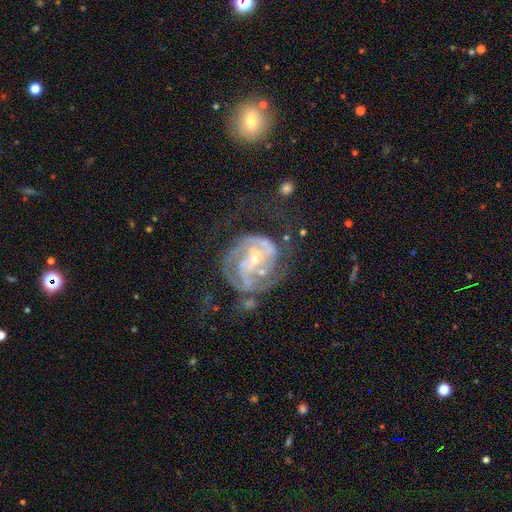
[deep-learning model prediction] Q: Smooth or featured?
A: featured or disk (85%); runner-up: smooth (8%)
Q: Edge-on disk?
A: no (98%); runner-up: yes (2%)
Q: Bar?
A: no (52%); runner-up: weak (34%)
Q: Spiral arms?
A: yes (90%); runner-up: no (10%)
Q: Spiral winding?
A: tight (51%); runner-up: medium (37%)
Q: Spiral arm count?
A: 2 (37%); runner-up: can't tell (26%)
Q: Bulge size?
A: small (74%); runner-up: moderate (18%)
Q: Merging?
A: none (41%); runner-up: major disturbance (29%)